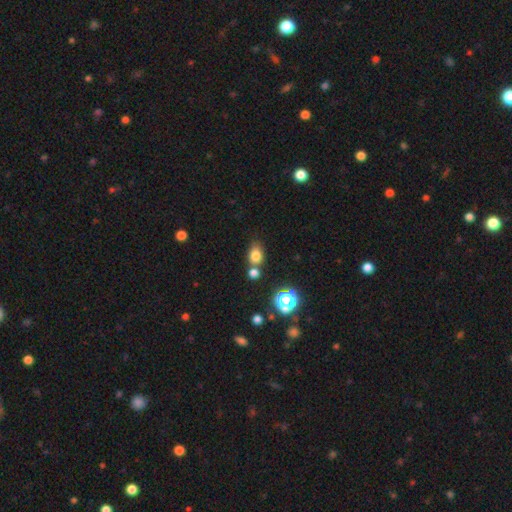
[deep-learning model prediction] Smooth or featured?
  - smooth: 76% *
  - star or artifact: 16%
  - featured or disk: 8%
How rounded?
  - in between: 60% *
  - round: 38%
  - cigar-shaped: 2%
Merging?
  - none: 57% *
  - merger: 26%
  - minor disturbance: 13%
  - major disturbance: 4%